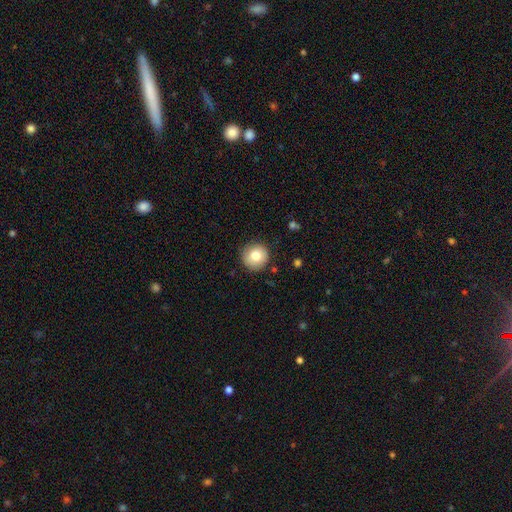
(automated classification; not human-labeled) smooth-or-featured: smooth: 80% | featured or disk: 11% | star or artifact: 9%
  how-rounded: round: 95% | in between: 4% | cigar-shaped: 1%
  merging: none: 88% | minor disturbance: 8% | major disturbance: 2% | merger: 1%